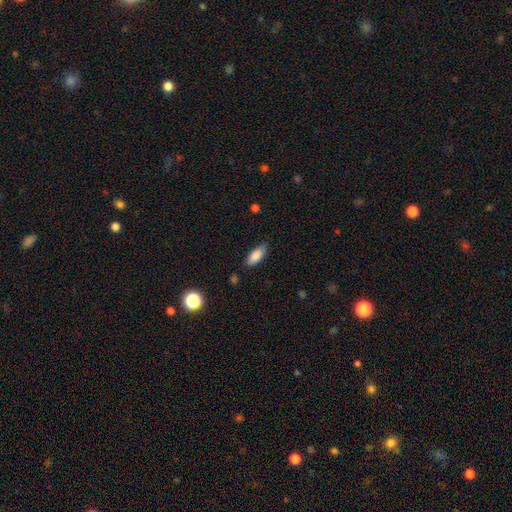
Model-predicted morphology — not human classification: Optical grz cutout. It shows a smooth galaxy with no disk features (86%) that is in between round and cigar-shaped (79%). Merging: none (75%).